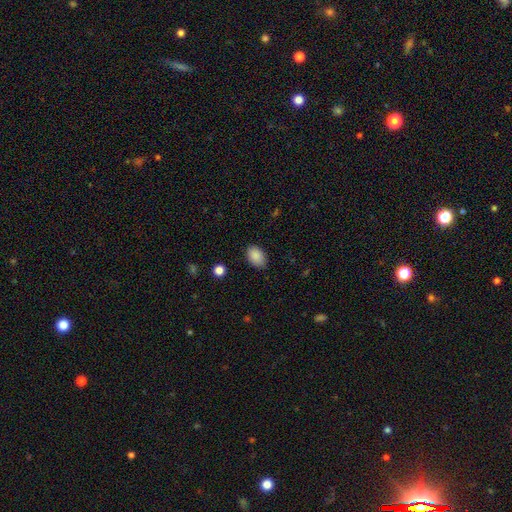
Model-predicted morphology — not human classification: Overall: smooth (89%). How rounded: in between (85%). Merging: none (85%).